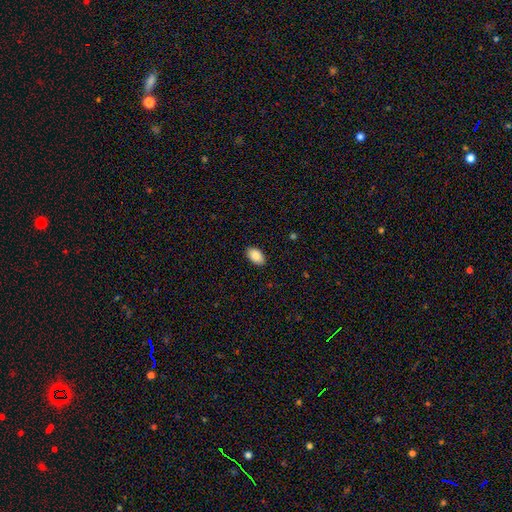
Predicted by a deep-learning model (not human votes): Smooth or featured?
  - smooth: 89% *
  - star or artifact: 7%
  - featured or disk: 5%
How rounded?
  - in between: 95% *
  - round: 4%
  - cigar-shaped: 1%
Merging?
  - none: 89% *
  - minor disturbance: 8%
  - major disturbance: 2%
  - merger: 1%